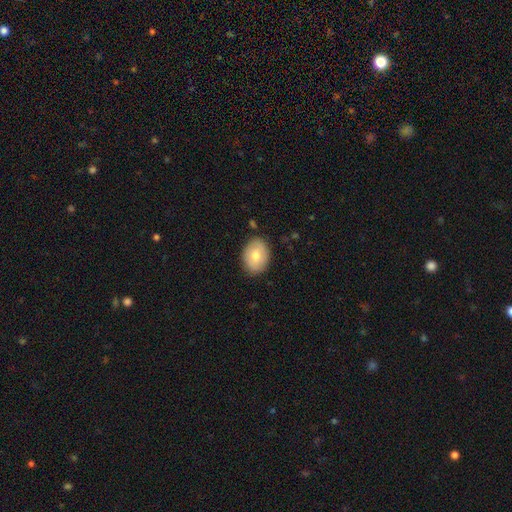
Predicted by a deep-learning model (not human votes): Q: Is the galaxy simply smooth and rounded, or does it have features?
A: smooth — 71%.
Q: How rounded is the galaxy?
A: in between — 75%.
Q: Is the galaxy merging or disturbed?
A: none — 85%.